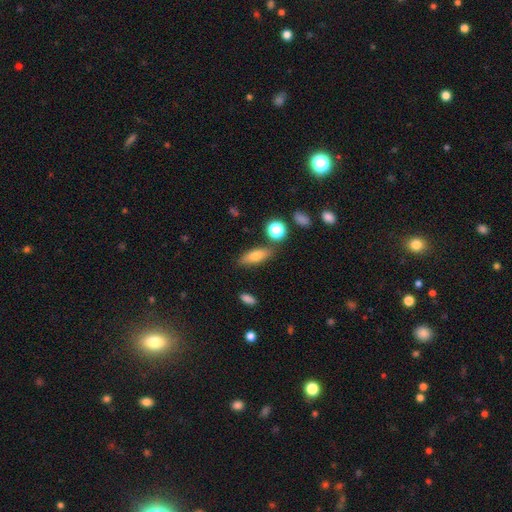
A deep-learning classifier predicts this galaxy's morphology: A smooth galaxy with no disk features (71%) that is in between round and cigar-shaped (59%). Merging: none (79%).